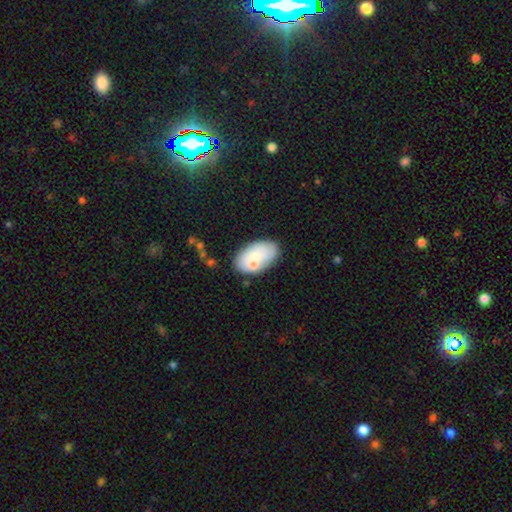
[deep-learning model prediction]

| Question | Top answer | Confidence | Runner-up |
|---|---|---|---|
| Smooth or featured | smooth | 69% | featured or disk (24%) |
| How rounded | in between | 94% | round (5%) |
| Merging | none | 59% | minor disturbance (18%) |